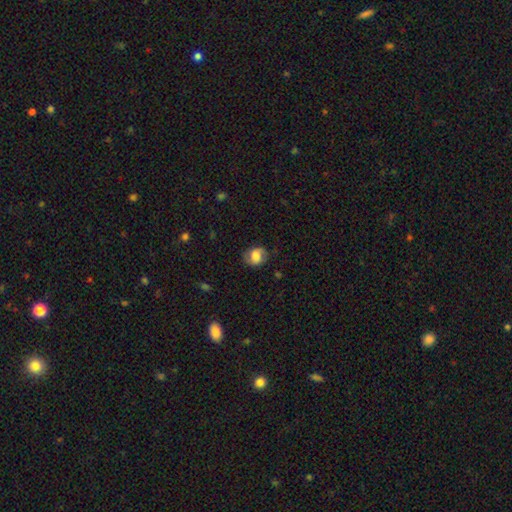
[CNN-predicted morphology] The model was most divided on "how rounded": round: 51%, in between: 48%, cigar-shaped: 1%. More confident: merging — none (71%); smooth or featured — smooth (67%).